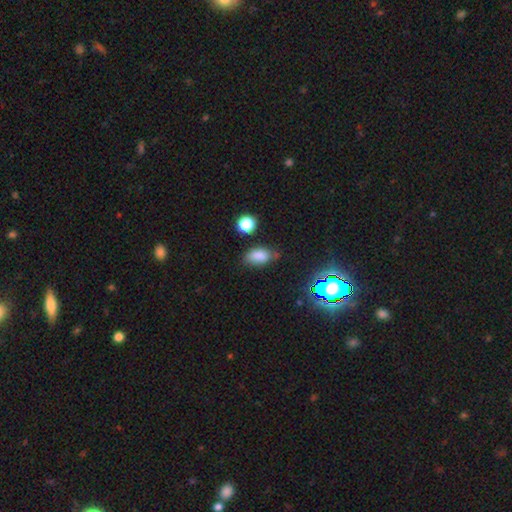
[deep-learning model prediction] A smooth galaxy with no disk features (75%) that is in between round and cigar-shaped (87%).

Vote fractions:
- Smooth or featured? smooth: 75% / star or artifact: 17% / featured or disk: 8%
- How rounded? in between: 87% / round: 10% / cigar-shaped: 4%
- Merging? none: 70% / minor disturbance: 21% / major disturbance: 5% / merger: 3%